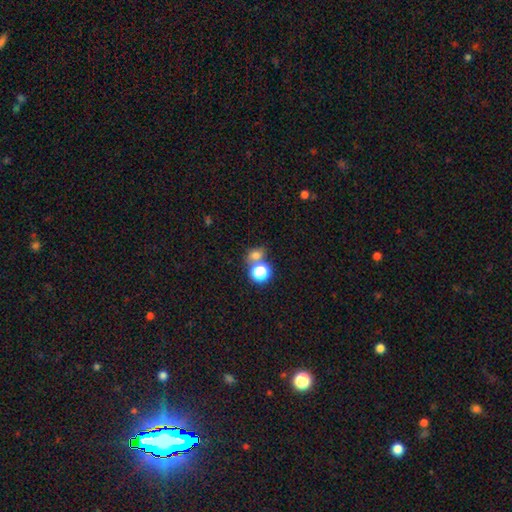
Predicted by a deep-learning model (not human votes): A smooth galaxy with no disk features (67%) that is round (61%).

Vote fractions:
- Smooth or featured? smooth: 67% / star or artifact: 24% / featured or disk: 9%
- How rounded? round: 61% / in between: 37% / cigar-shaped: 2%
- Merging? none: 59% / merger: 28% / minor disturbance: 9% / major disturbance: 4%